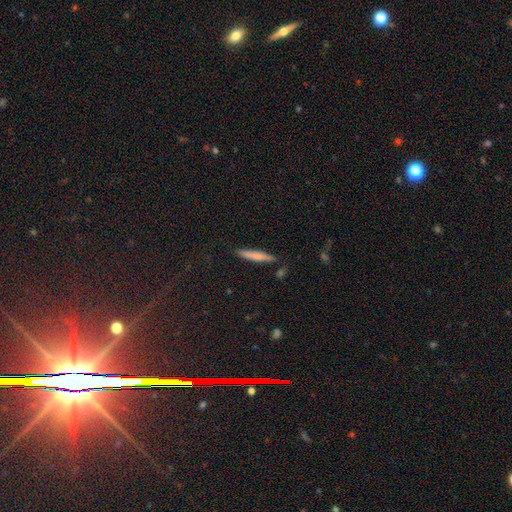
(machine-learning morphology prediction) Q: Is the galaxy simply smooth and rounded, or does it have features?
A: smooth — 67%.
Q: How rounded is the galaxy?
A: cigar-shaped — 93%.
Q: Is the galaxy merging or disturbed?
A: none — 86%.